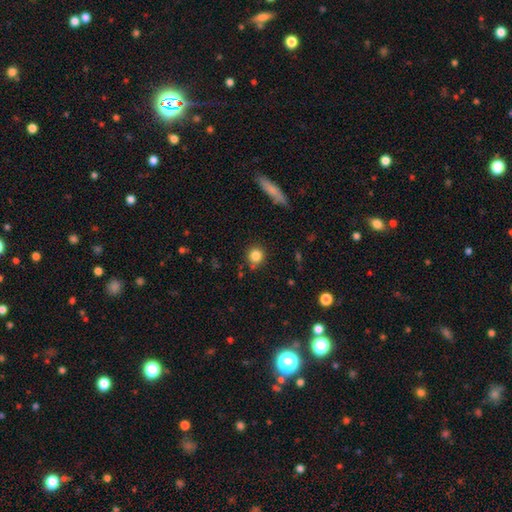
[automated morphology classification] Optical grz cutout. It shows a smooth galaxy with no disk features (84%) that is round (90%). Merging: none (82%).